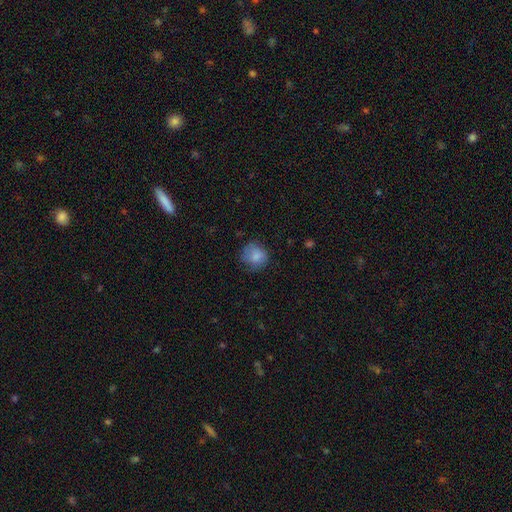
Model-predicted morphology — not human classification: type=smooth (82%); roundness=round (79%); merging=none (65%).